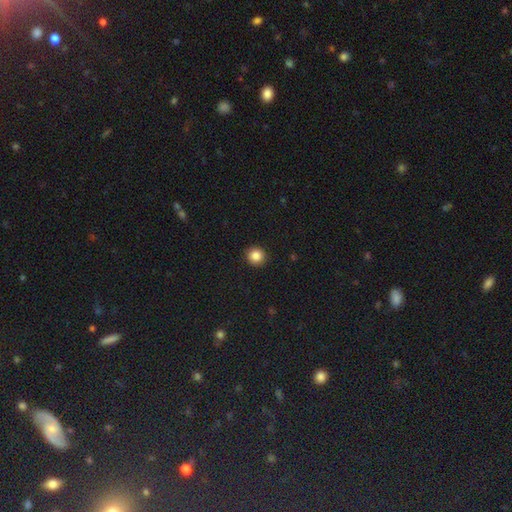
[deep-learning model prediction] Overall: smooth (86%). How rounded: round (93%). Merging: none (93%).